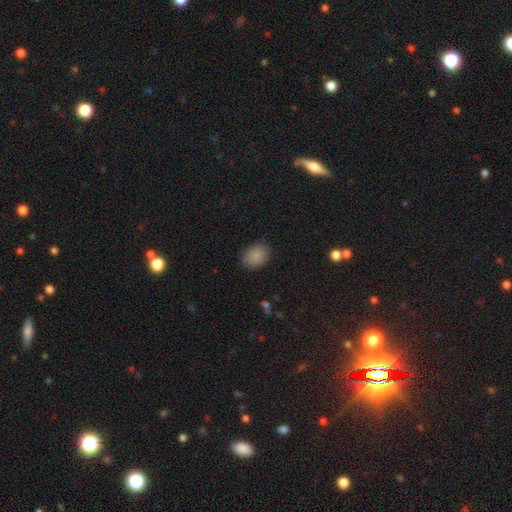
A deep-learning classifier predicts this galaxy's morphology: Smooth or featured? Predicted: smooth (p=0.87). How rounded? Predicted: in between (p=0.72). Merging? Predicted: none (p=0.85).